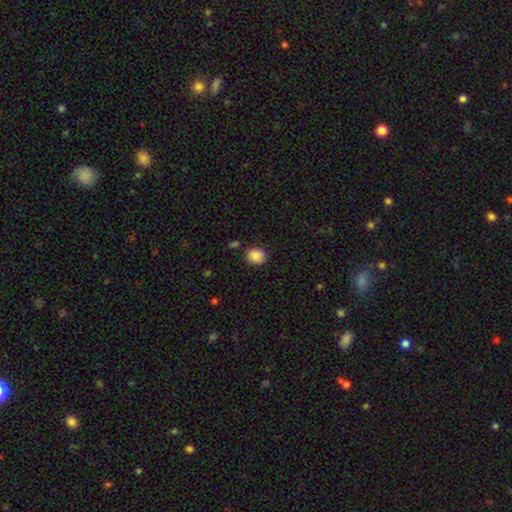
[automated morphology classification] Smooth or featured?
  - smooth: 88% *
  - star or artifact: 9%
  - featured or disk: 4%
How rounded?
  - round: 76% *
  - in between: 23%
  - cigar-shaped: 1%
Merging?
  - none: 84% *
  - minor disturbance: 10%
  - merger: 3%
  - major disturbance: 3%